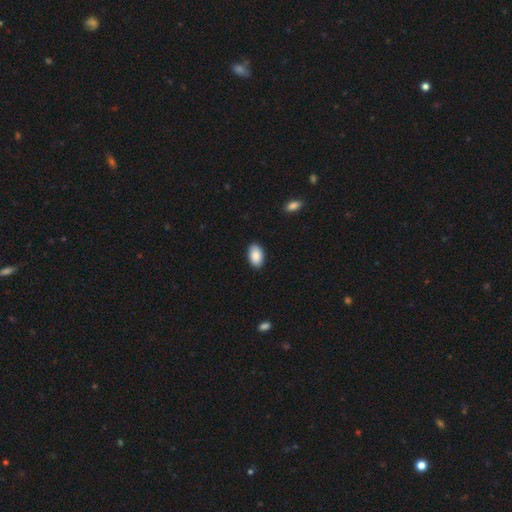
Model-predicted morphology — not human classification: This appears to be a smooth galaxy with no disk features (90%) that is in between round and cigar-shaped (94%). Merging: none (88%).